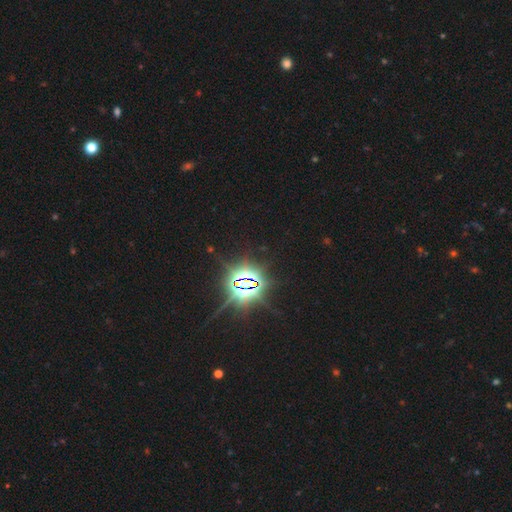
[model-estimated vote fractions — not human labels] Smooth or featured? star or artifact (85%)